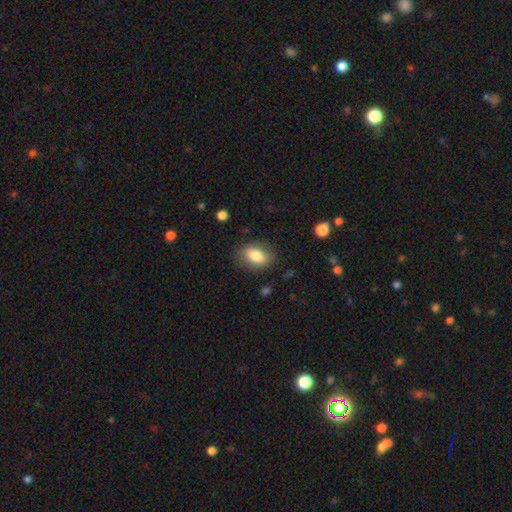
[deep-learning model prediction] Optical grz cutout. It shows a smooth galaxy with no disk features (80%) that is in between round and cigar-shaped (82%). Merging: none (82%).